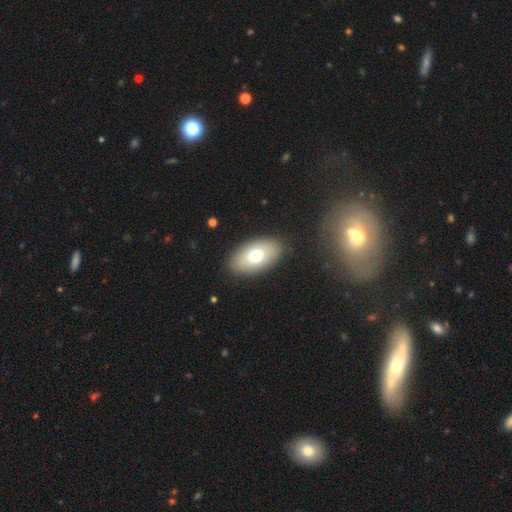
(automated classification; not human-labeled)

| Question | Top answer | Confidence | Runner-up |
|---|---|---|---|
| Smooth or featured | smooth | 70% | featured or disk (22%) |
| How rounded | in between | 92% | round (6%) |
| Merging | none | 88% | minor disturbance (8%) |